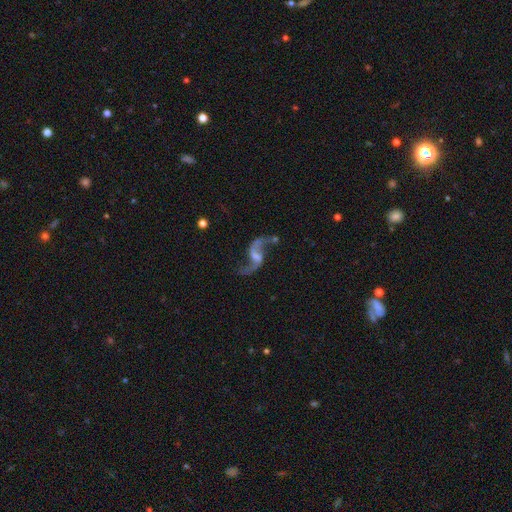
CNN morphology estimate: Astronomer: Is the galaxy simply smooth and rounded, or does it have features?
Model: featured or disk — 89%.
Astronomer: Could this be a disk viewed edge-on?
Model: no — 97%.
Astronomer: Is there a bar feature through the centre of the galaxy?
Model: weak — 50% (runner-up: no, 31%).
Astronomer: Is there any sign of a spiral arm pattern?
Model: yes — 96%.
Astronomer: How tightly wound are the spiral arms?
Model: loose — 90%.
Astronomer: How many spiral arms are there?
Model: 2 — 94%.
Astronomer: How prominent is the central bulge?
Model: none — 38% (runner-up: small, 34%).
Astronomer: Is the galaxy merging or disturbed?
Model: none — 69%.